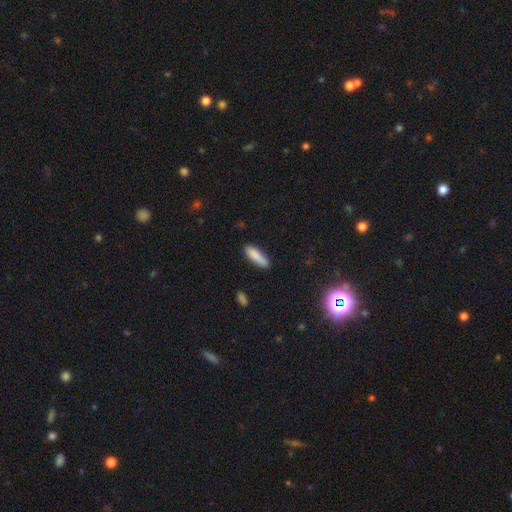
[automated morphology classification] smooth 87%, star or artifact 6%, featured or disk 6%. Down the decision tree: how rounded — cigar-shaped (62%); merging — none (84%).